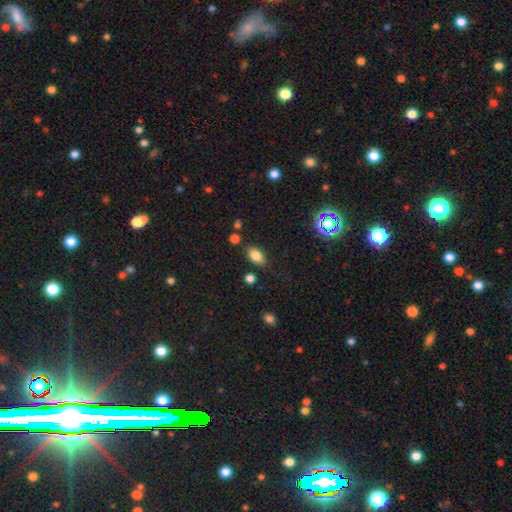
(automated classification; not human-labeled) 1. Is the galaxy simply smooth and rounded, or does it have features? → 81% smooth, 11% star or artifact, 8% featured or disk.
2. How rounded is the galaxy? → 86% in between, 11% round, 3% cigar-shaped.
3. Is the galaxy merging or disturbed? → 78% none, 13% minor disturbance, 5% merger, 4% major disturbance.